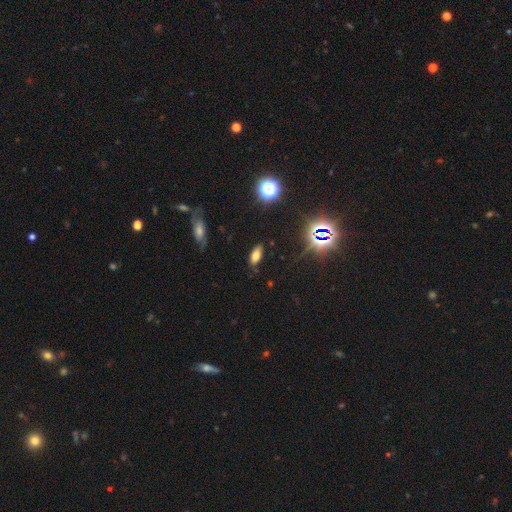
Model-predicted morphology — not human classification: The model was most divided on "smooth or featured": smooth: 67%, star or artifact: 20%, featured or disk: 13%. More confident: merging — none (85%); how rounded — in between (81%).